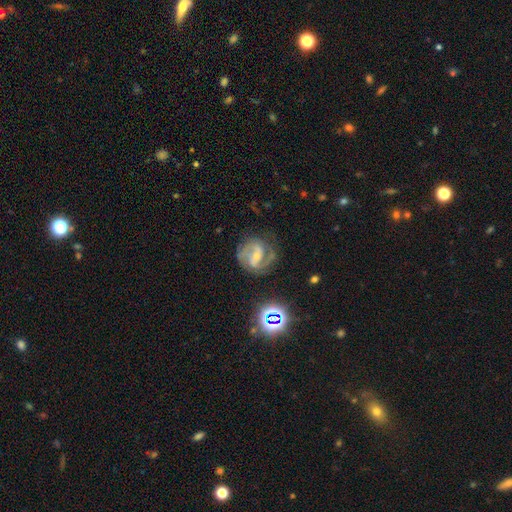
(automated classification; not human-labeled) The model was most divided on "bar": weak: 45%, strong: 32%, no: 23%. More confident: edge-on disk — no (98%); spiral arms — yes (94%); smooth or featured — featured or disk (82%); spiral arm count — 2 (72%); merging — none (65%); bulge size — small (61%); spiral winding — medium (52%).